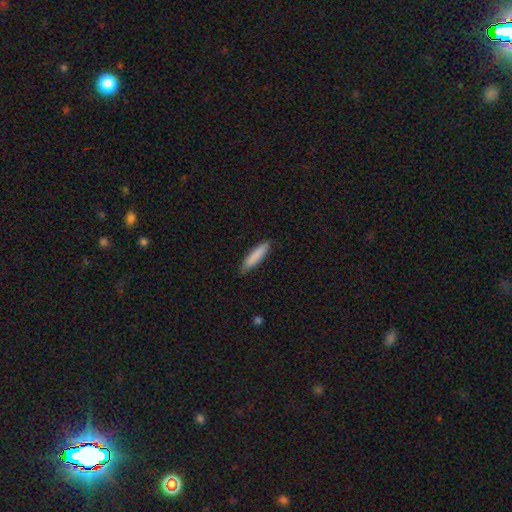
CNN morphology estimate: This appears to be a smooth galaxy with no disk features (83%) that is cigar-shaped (83%). Merging: none (83%).